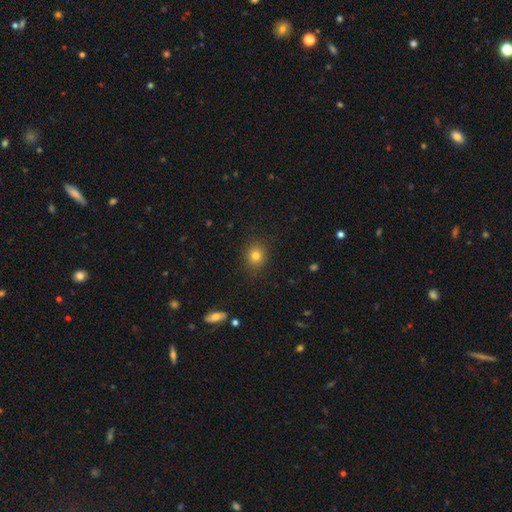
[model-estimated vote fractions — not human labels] Q: Smooth or featured?
A: smooth (80%); runner-up: star or artifact (13%)
Q: How rounded?
A: round (73%); runner-up: in between (26%)
Q: Merging?
A: none (88%); runner-up: minor disturbance (9%)